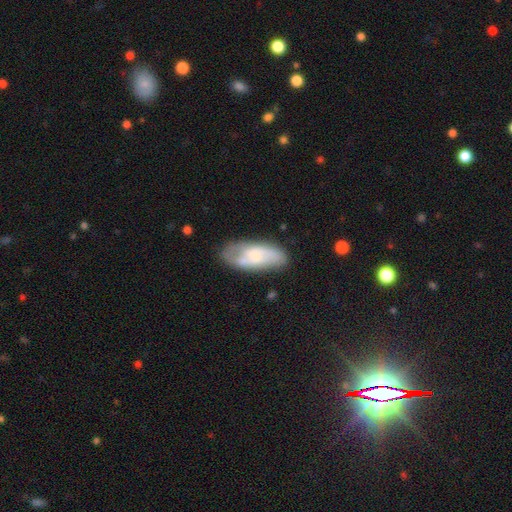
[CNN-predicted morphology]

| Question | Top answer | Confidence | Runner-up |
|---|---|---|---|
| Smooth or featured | smooth | 50% | featured or disk (43%) |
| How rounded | in between | 85% | cigar-shaped (13%) |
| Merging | none | 63% | minor disturbance (24%) |